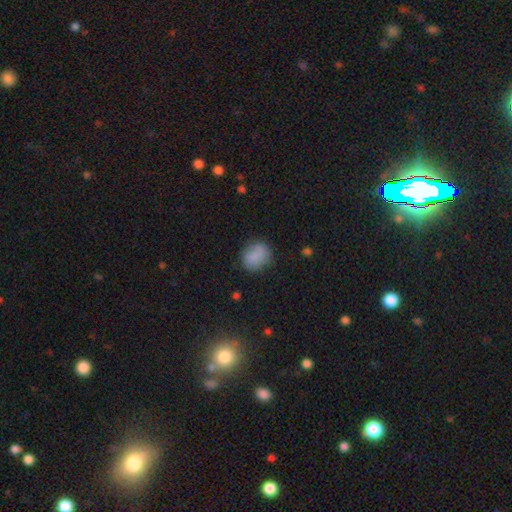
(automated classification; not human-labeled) smooth-or-featured: smooth: 83% | star or artifact: 9% | featured or disk: 8%
  how-rounded: round: 57% | in between: 42% | cigar-shaped: 1%
  merging: none: 76% | minor disturbance: 17% | major disturbance: 5% | merger: 2%